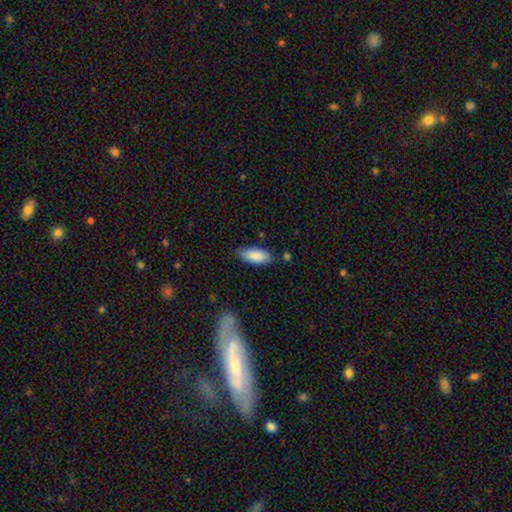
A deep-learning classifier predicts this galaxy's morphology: This appears to be a smooth galaxy with no disk features (88%) that is in between round and cigar-shaped (84%). Merging: none (79%).